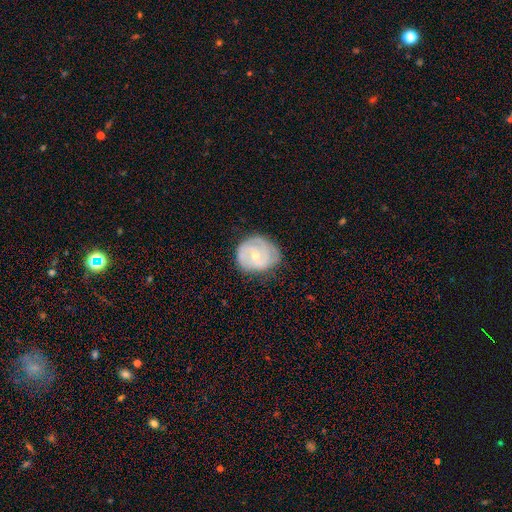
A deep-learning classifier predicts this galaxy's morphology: This is likely a featured or disk galaxy (65%). It is clearly not viewed edge-on (97%). Bar: likely no (65%). Spiral arm pattern: likely yes (77%). Central bulge: possibly small (53%). Merging: likely none (65%).